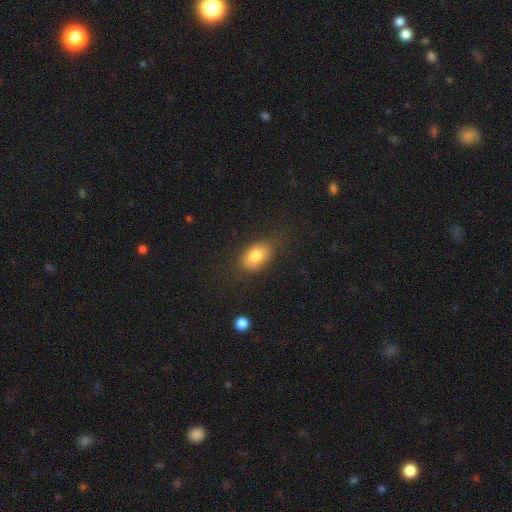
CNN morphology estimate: This appears to be a smooth galaxy with no disk features (79%) that is in between round and cigar-shaped (83%). Merging: none (68%).